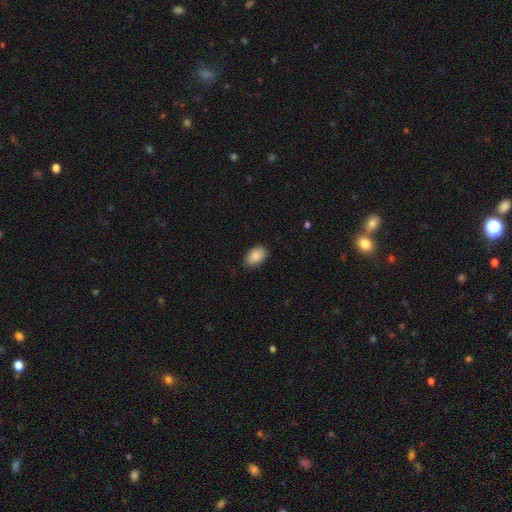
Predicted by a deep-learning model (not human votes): Morphology: type=smooth (88%); roundness=in between (91%); merging=none (83%).